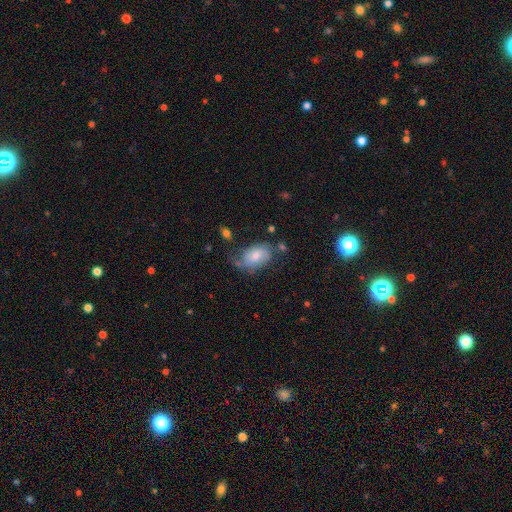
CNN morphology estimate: smooth-or-featured: smooth: 66% | featured or disk: 26% | star or artifact: 8%
  how-rounded: in between: 86% | round: 12% | cigar-shaped: 1%
  merging: none: 52% | minor disturbance: 29% | major disturbance: 13% | merger: 6%